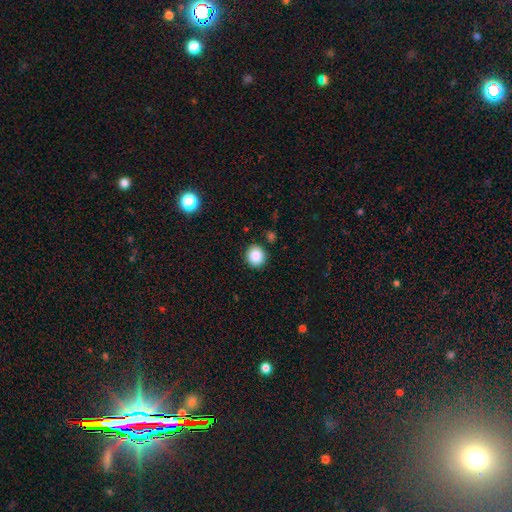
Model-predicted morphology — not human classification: This appears to be a smooth galaxy with no disk features (86%) that is round (87%). Merging: none (89%).